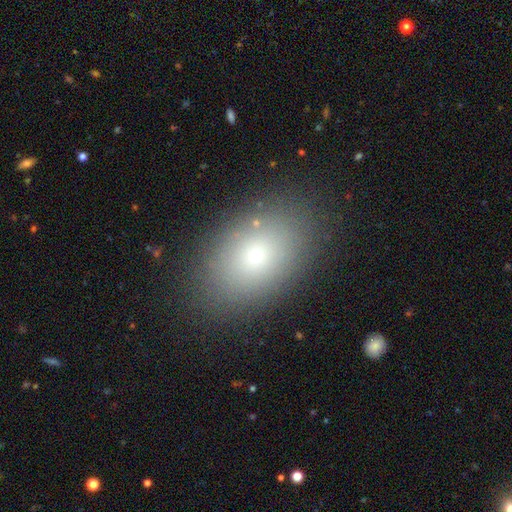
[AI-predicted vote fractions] Overall: smooth (68%). How rounded: in between (80%). Merging: none (85%).